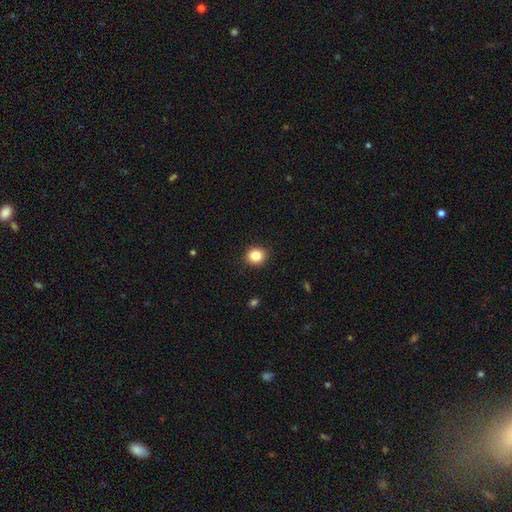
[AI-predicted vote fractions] This appears to be a smooth galaxy with no disk features (85%) that is round (84%). Merging: none (92%).